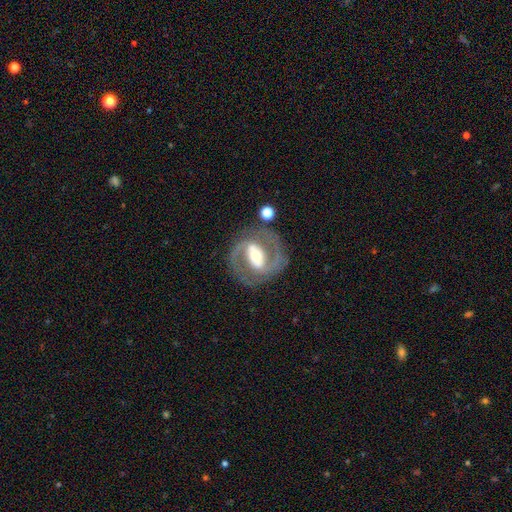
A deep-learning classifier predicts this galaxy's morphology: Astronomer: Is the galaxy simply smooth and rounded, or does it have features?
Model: featured or disk — 87%.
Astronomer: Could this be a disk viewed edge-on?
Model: no — 97%.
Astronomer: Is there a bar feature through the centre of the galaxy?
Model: strong — 51% (runner-up: weak, 32%).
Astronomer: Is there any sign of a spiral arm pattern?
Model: yes — 92%.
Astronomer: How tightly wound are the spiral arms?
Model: medium — 56%.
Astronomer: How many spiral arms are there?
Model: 2 — 91%.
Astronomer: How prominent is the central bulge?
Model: moderate — 58%.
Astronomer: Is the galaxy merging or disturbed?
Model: none — 80%.